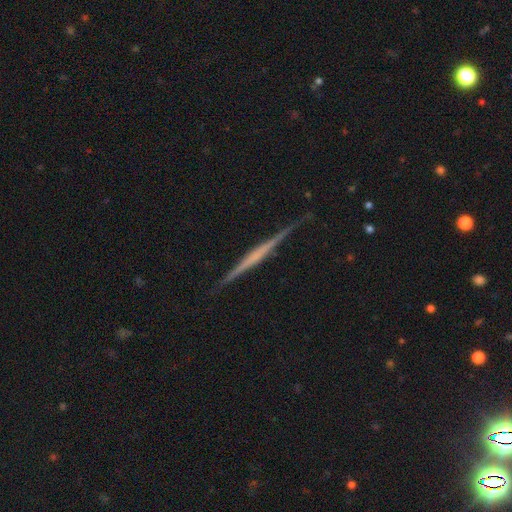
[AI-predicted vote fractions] A featured or disk galaxy (76%) viewed edge-on (98%) with no central bulge (61%). Merging: none (88%).